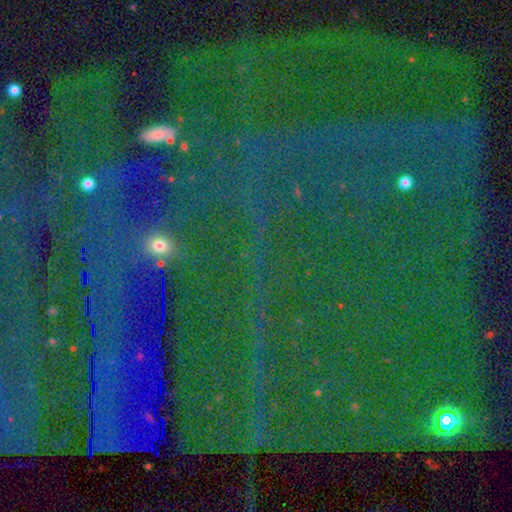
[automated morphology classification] star or artifact 85%, featured or disk 7%, smooth 7%.